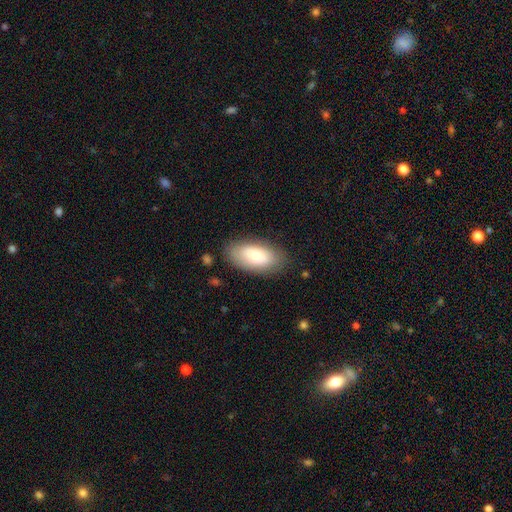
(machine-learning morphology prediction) Smooth or featured: smooth — 72% (featured or disk — 21%)
How rounded: in between — 93% (cigar-shaped — 4%)
Merging: none — 82% (minor disturbance — 13%)